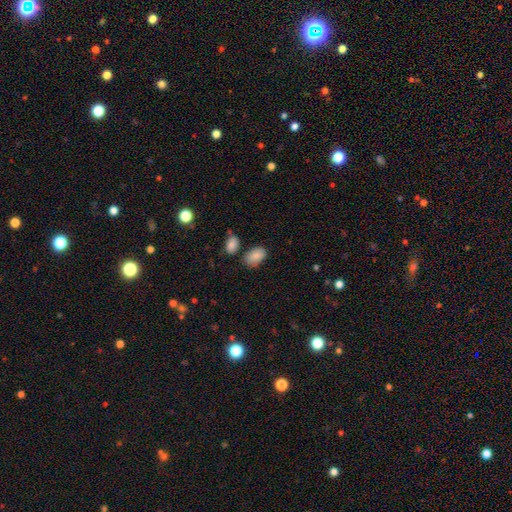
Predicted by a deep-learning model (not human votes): smooth_or_featured: smooth (p=0.87) [alt: star or artifact p=0.08]
how_rounded: in between (p=0.90) [alt: round p=0.08]
merging: none (p=0.73) [alt: minor disturbance p=0.16]